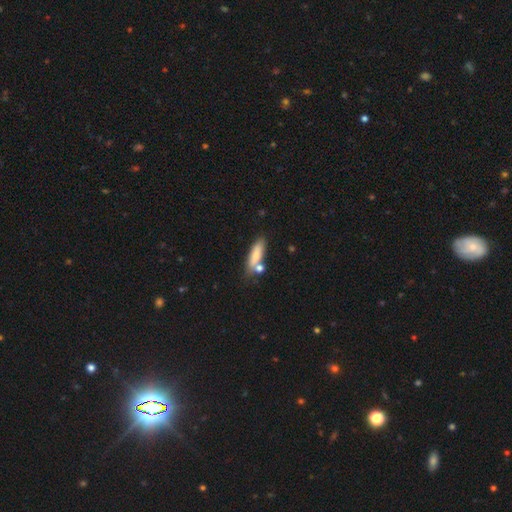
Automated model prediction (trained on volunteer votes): Morphology: type=smooth (79%); roundness=cigar-shaped (54%); merging=none (60%).